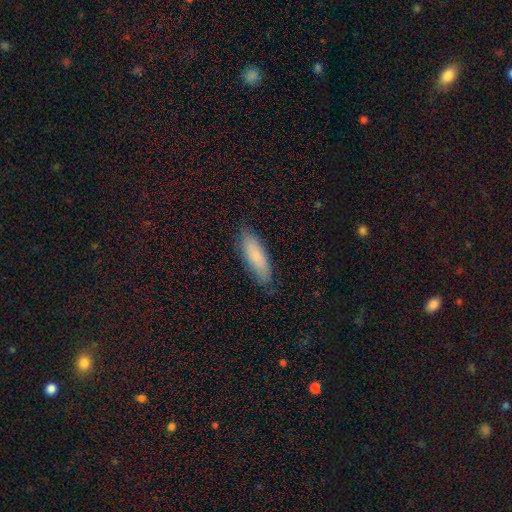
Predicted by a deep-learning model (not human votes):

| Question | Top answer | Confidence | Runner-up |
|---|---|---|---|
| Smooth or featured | smooth | 77% | featured or disk (17%) |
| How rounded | in between | 50% | cigar-shaped (49%) |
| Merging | none | 82% | minor disturbance (14%) |